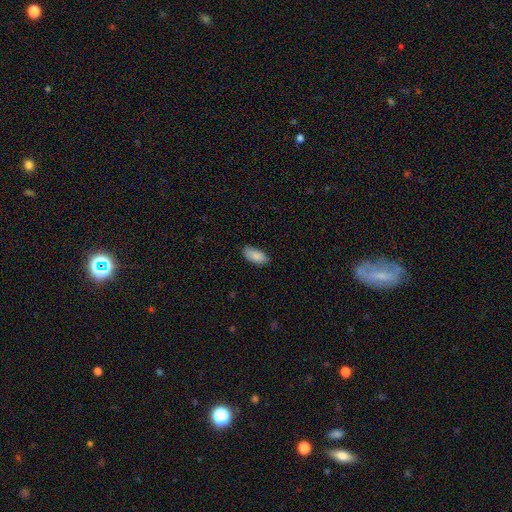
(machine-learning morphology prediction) smooth 88%, star or artifact 6%, featured or disk 6%. Down the decision tree: how rounded — in between (89%); merging — none (78%).